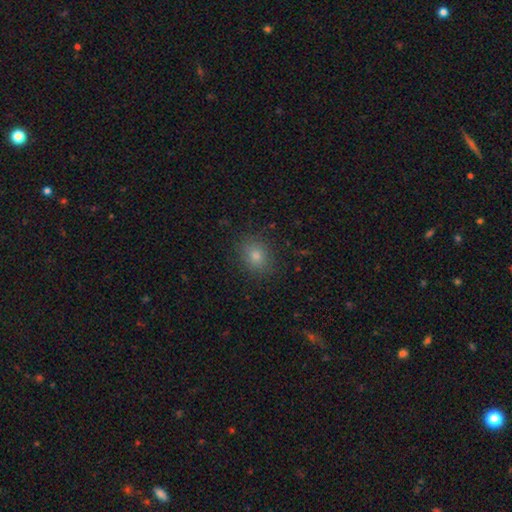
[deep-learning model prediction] A smooth galaxy with no disk features (77%) that is round (60%).

Vote fractions:
- Smooth or featured? smooth: 77% / star or artifact: 16% / featured or disk: 7%
- How rounded? round: 60% / in between: 39% / cigar-shaped: 1%
- Merging? none: 88% / minor disturbance: 9% / major disturbance: 2% / merger: 1%